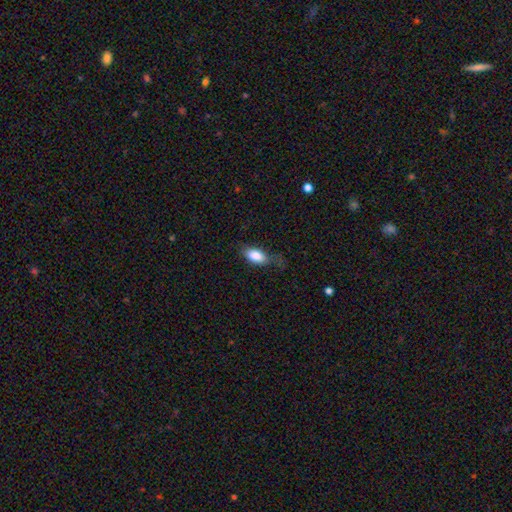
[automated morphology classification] smooth-or-featured: smooth: 82% | featured or disk: 11% | star or artifact: 7%
  how-rounded: in between: 88% | cigar-shaped: 9% | round: 4%
  merging: none: 52% | minor disturbance: 29% | major disturbance: 17% | merger: 2%